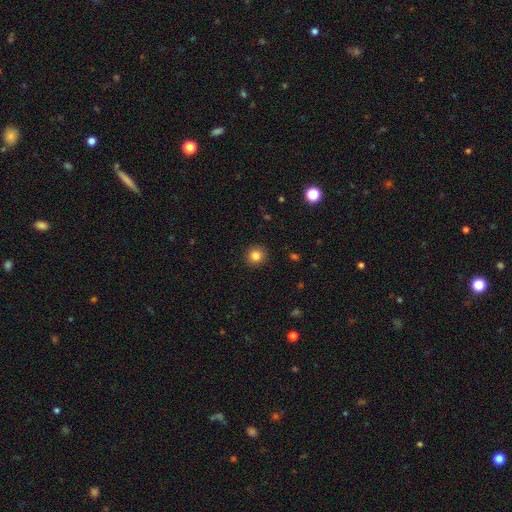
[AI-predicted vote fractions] smooth_or_featured: smooth (p=0.83) [alt: star or artifact p=0.11]
how_rounded: round (p=0.91) [alt: in between p=0.08]
merging: none (p=0.92) [alt: minor disturbance p=0.05]